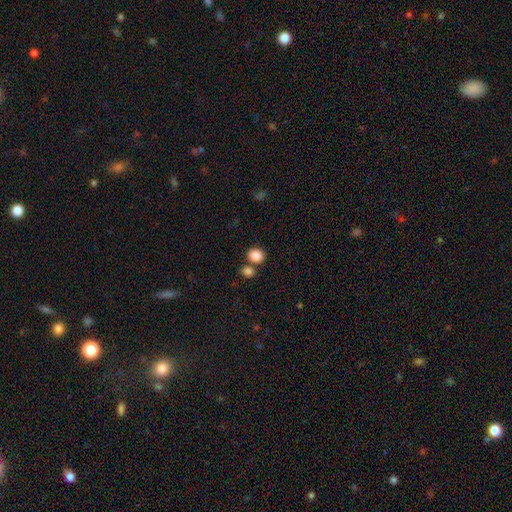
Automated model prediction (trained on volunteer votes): The model was most divided on "merging": none: 65%, merger: 23%, minor disturbance: 9%, major disturbance: 3%. More confident: smooth or featured — smooth (87%); how rounded — round (72%).